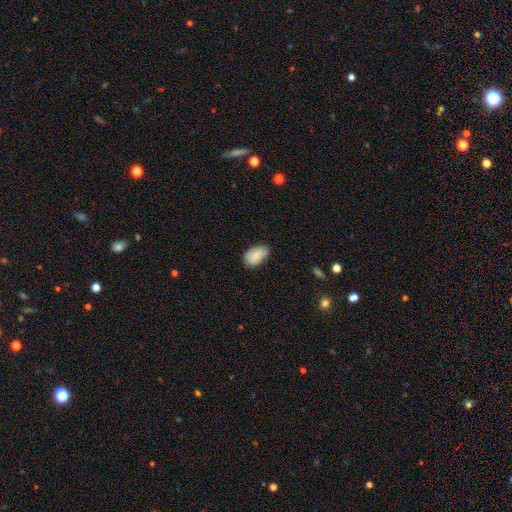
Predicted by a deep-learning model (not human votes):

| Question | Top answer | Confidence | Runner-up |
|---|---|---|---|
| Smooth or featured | smooth | 86% | featured or disk (7%) |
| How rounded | in between | 90% | round (9%) |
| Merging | none | 62% | minor disturbance (31%) |